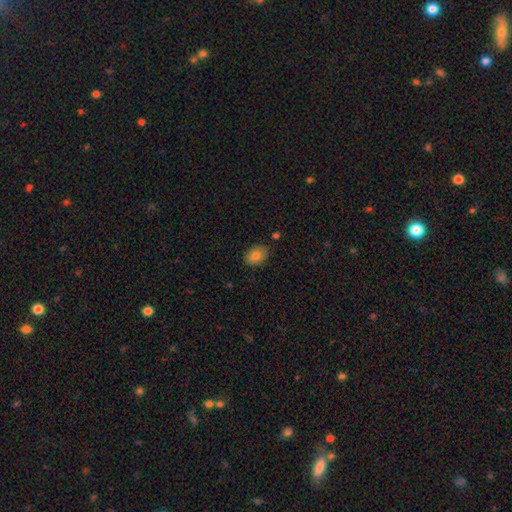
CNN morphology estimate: Smooth or featured? smooth (83%)
How rounded? in between (70%)
Merging? none (83%)